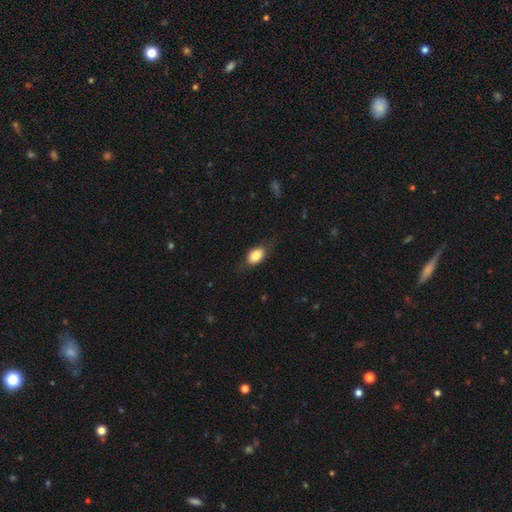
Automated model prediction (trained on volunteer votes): smooth 80%, featured or disk 13%, star or artifact 7%. Down the decision tree: how rounded — in between (87%); merging — none (73%).